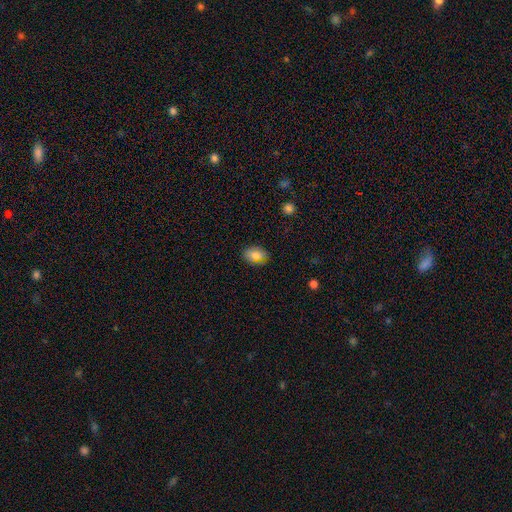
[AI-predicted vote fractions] Overall: smooth (82%). How rounded: in between (83%). Merging: none (83%).